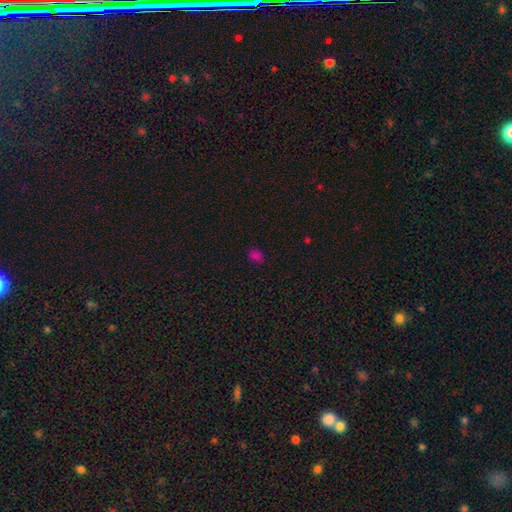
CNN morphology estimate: Smooth or featured: smooth — 76% (star or artifact — 21%)
How rounded: in between — 53% (round — 46%)
Merging: none — 85% (minor disturbance — 11%)